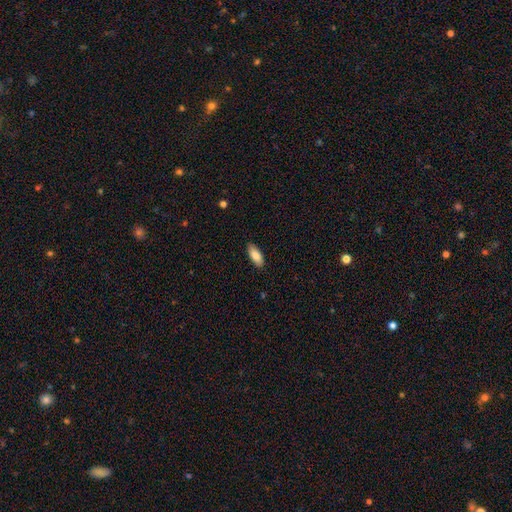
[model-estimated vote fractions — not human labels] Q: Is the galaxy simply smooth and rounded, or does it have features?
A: smooth — 86%.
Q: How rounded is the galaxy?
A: in between — 83%.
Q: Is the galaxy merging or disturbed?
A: none — 87%.